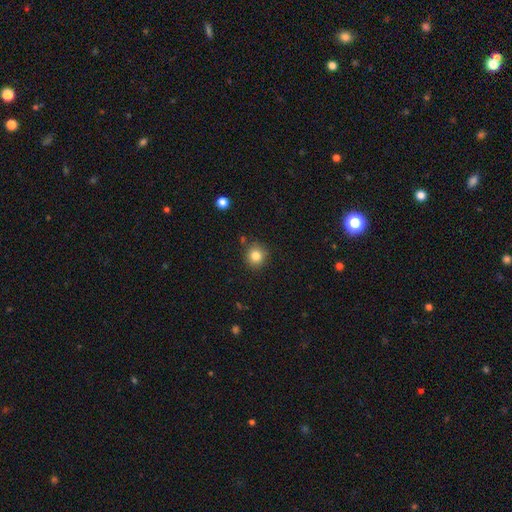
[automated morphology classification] The model was most divided on "smooth or featured": smooth: 82%, star or artifact: 11%, featured or disk: 6%. More confident: how rounded — round (90%); merging — none (84%).